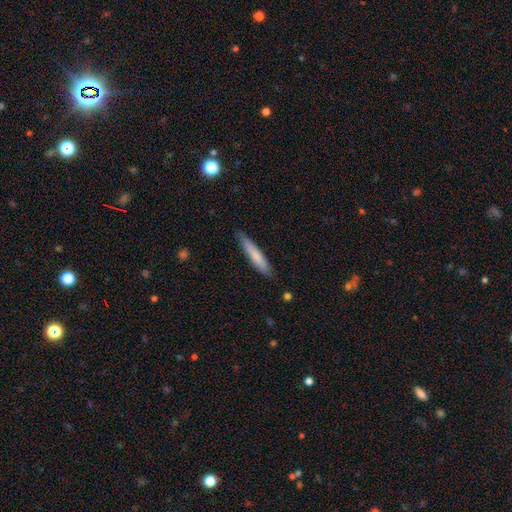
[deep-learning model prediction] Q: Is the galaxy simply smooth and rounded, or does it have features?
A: smooth — 76%.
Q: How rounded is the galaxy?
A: cigar-shaped — 91%.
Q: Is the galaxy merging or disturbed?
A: none — 83%.